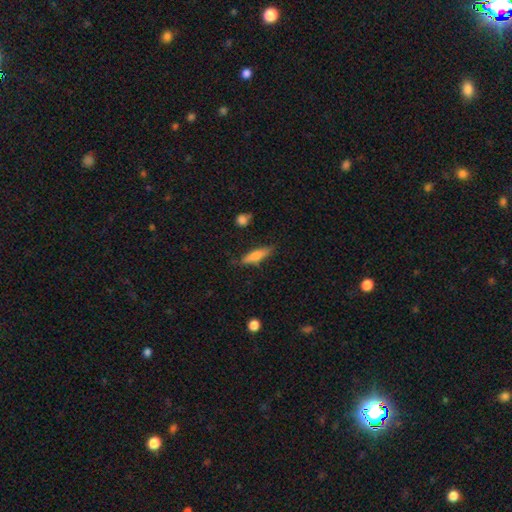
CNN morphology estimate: This appears to be a smooth galaxy with no disk features (67%) that is cigar-shaped (72%). Merging: none (82%).